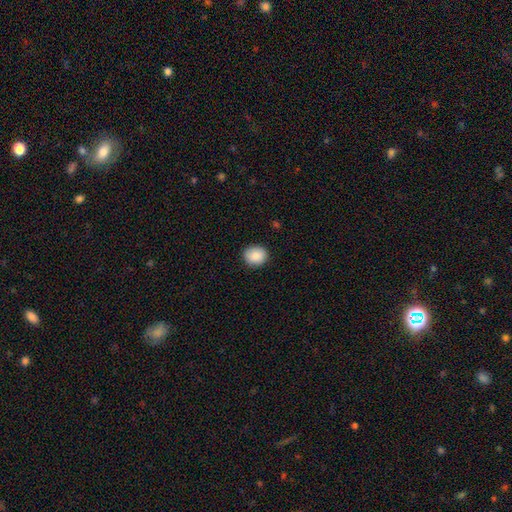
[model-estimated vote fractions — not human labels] The model was most divided on "how rounded": round: 73%, in between: 26%, cigar-shaped: 1%. More confident: merging — none (88%); smooth or featured — smooth (87%).